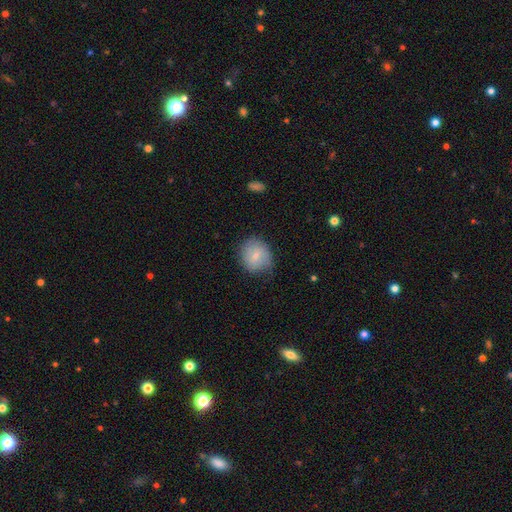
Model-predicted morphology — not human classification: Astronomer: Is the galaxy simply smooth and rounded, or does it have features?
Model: smooth — 69%.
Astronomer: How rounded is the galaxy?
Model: round — 81%.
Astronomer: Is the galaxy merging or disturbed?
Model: none — 70%.